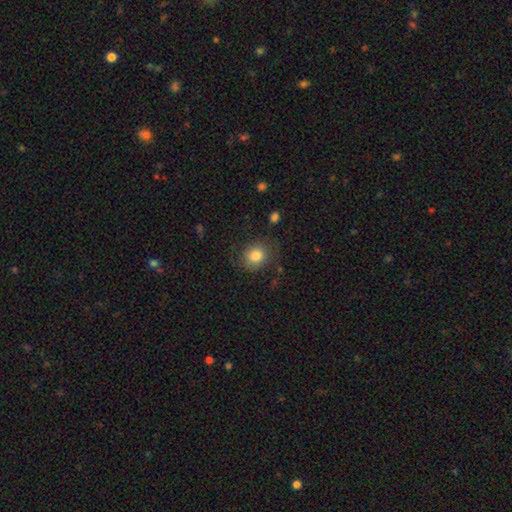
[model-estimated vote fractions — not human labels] Smooth or featured? smooth (81%)
How rounded? round (72%)
Merging? none (78%)